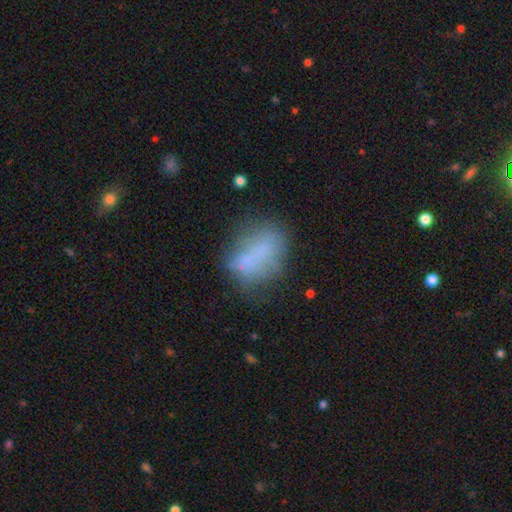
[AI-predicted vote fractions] smooth-or-featured: smooth: 59% | featured or disk: 30% | star or artifact: 12%
  how-rounded: in between: 77% | round: 18% | cigar-shaped: 5%
  merging: none: 48% | minor disturbance: 26% | major disturbance: 17% | merger: 10%